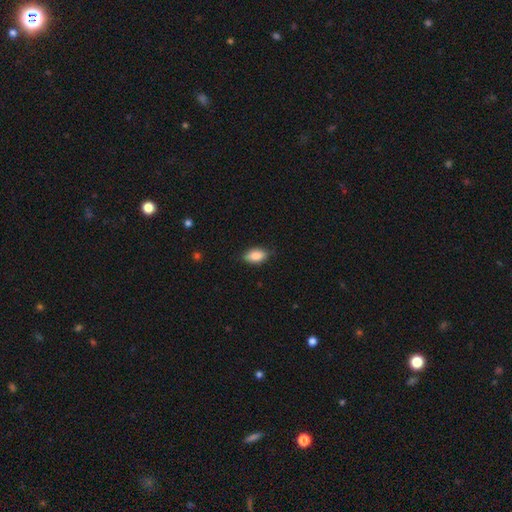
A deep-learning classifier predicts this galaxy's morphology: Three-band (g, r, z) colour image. It shows a smooth galaxy with no disk features (84%) that is in between round and cigar-shaped (91%). Merging: none (83%).